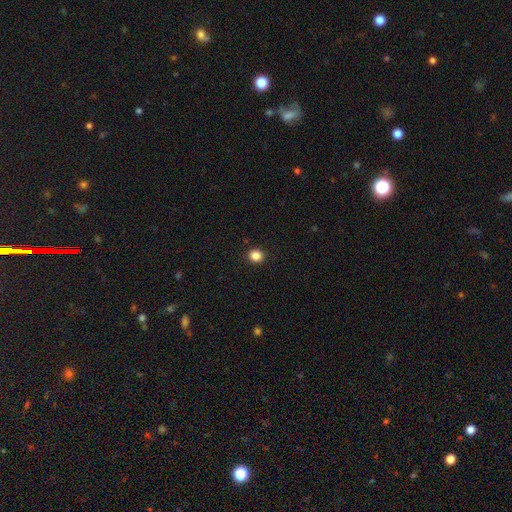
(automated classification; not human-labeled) Smooth or featured: smooth — 86% (star or artifact — 11%)
How rounded: round — 82% (in between — 17%)
Merging: none — 92% (minor disturbance — 5%)